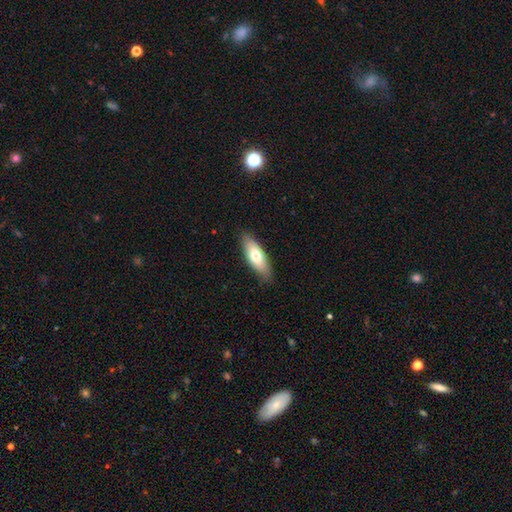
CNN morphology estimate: smooth 70%, featured or disk 24%, star or artifact 6%. Down the decision tree: how rounded — in between (67%); merging — none (86%).